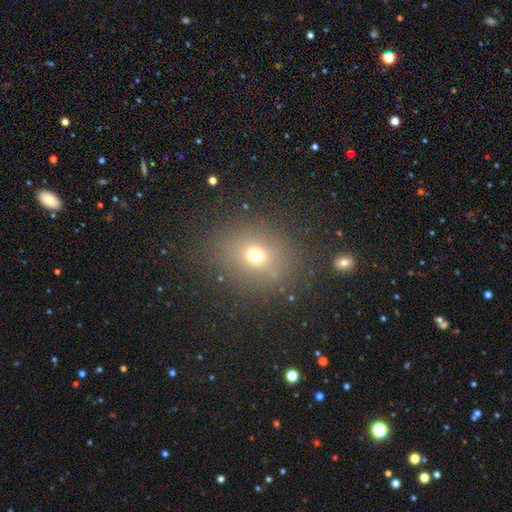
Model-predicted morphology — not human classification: Smooth or featured? Predicted: smooth (p=0.68). How rounded? Predicted: round (p=0.66). Merging? Predicted: none (p=0.84).